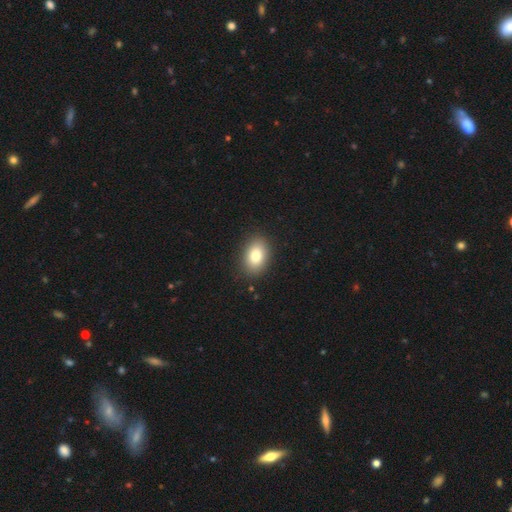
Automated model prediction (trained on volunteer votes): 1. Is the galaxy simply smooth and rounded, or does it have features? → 82% smooth, 9% featured or disk, 9% star or artifact.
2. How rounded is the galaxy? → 83% in between, 16% round, 1% cigar-shaped.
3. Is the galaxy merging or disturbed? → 88% none, 9% minor disturbance, 2% major disturbance, 1% merger.